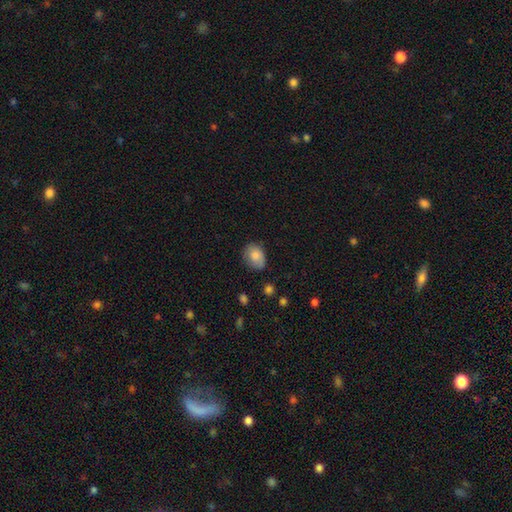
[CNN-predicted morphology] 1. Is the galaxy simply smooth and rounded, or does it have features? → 80% smooth, 11% featured or disk, 8% star or artifact.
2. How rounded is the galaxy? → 62% in between, 37% round, 1% cigar-shaped.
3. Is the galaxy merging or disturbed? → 65% none, 27% minor disturbance, 6% major disturbance, 2% merger.